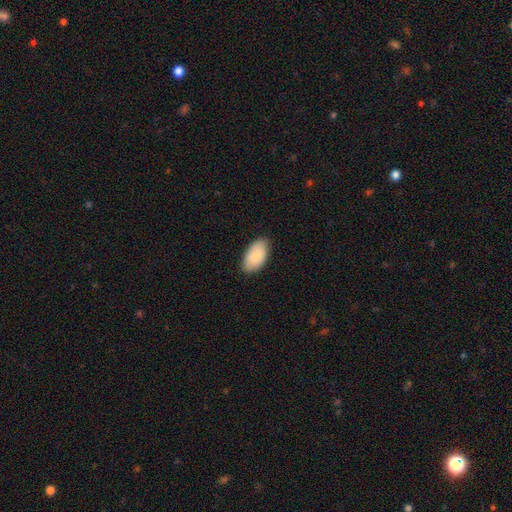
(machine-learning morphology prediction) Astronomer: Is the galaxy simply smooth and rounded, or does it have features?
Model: smooth — 84%.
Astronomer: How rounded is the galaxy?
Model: in between — 95%.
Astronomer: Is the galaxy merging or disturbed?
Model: none — 81%.